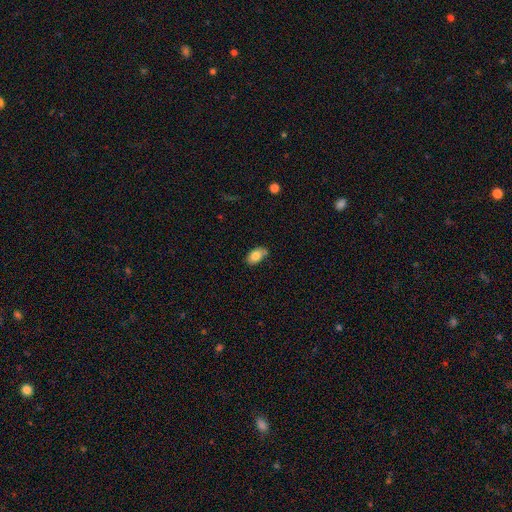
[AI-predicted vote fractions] Morphology: type=smooth (82%); roundness=in between (91%); merging=none (68%).